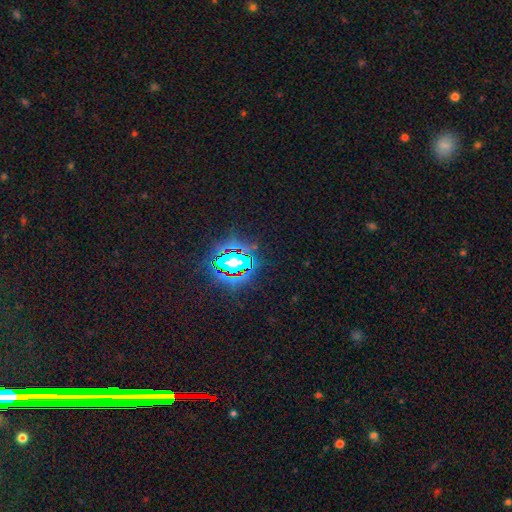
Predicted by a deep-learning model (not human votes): A star or artifact, not a galaxy (83%).

Vote fractions:
- Smooth or featured? star or artifact: 83% / smooth: 9% / featured or disk: 7%